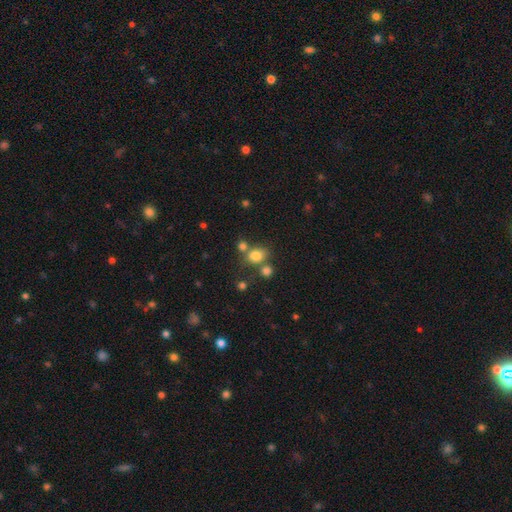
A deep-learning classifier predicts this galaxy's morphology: A smooth galaxy with no disk features (78%) that is in between round and cigar-shaped (50%).

Vote fractions:
- Smooth or featured? smooth: 78% / star or artifact: 13% / featured or disk: 8%
- How rounded? in between: 50% / round: 49% / cigar-shaped: 1%
- Merging? none: 58% / merger: 24% / minor disturbance: 13% / major disturbance: 5%